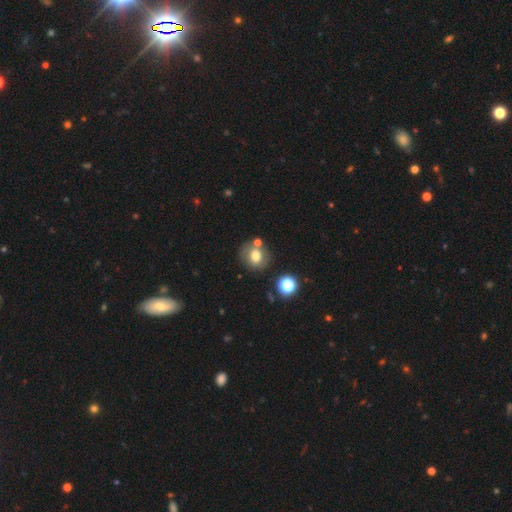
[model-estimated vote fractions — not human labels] Overall: smooth (66%). How rounded: round (78%). Merging: none (70%).